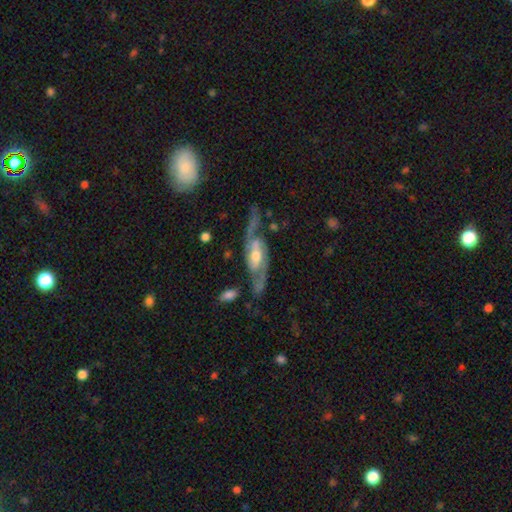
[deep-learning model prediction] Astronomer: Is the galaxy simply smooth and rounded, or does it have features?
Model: featured or disk — 87%.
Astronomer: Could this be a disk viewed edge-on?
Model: no — 86%.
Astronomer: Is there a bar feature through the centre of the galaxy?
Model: weak — 44% (runner-up: no, 31%).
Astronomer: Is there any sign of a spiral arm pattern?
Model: yes — 94%.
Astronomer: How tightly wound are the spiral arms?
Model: medium — 47% (runner-up: loose, 33%).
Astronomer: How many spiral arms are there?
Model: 2 — 89%.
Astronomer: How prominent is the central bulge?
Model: moderate — 64%.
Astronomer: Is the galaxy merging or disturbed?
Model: none — 67%.